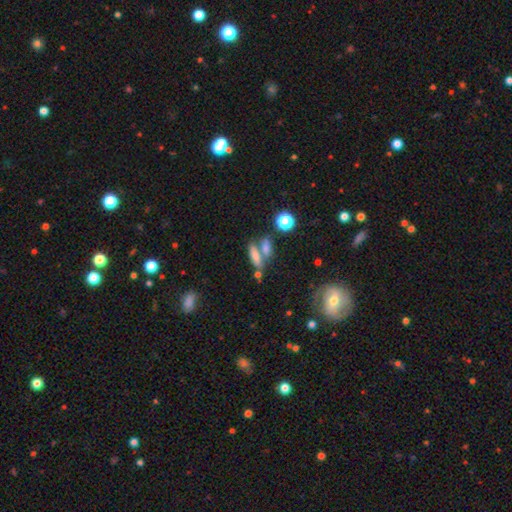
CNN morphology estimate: Overall: smooth (71%). How rounded: in between (52%; cigar-shaped 42%). Merging: none (42%, tied with merger).